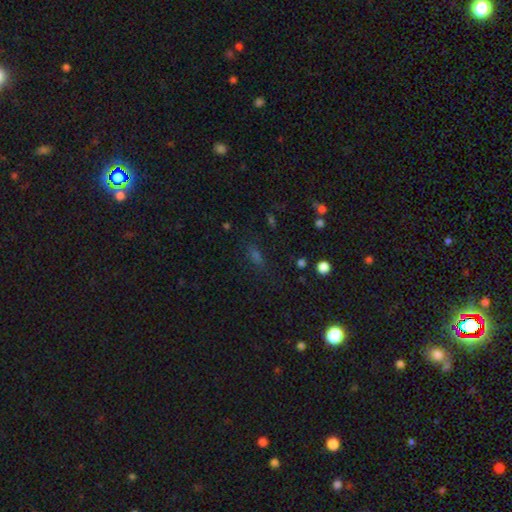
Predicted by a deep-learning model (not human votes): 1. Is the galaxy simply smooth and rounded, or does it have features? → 50% smooth, 39% star or artifact, 11% featured or disk.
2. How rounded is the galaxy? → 67% in between, 20% cigar-shaped, 14% round.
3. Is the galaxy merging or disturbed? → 73% none, 15% minor disturbance, 8% major disturbance, 4% merger.